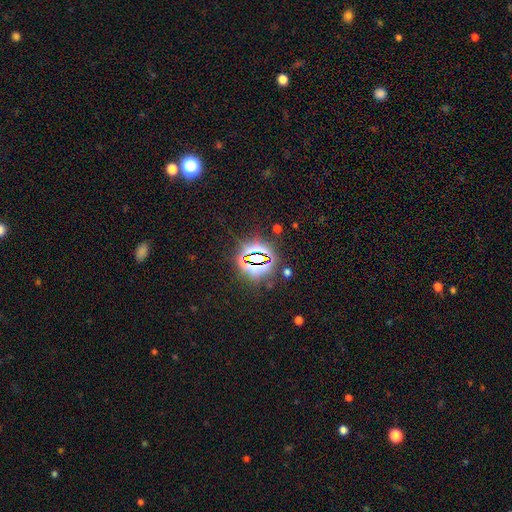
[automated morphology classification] This is likely a star or artifact rather than a galaxy (79%).